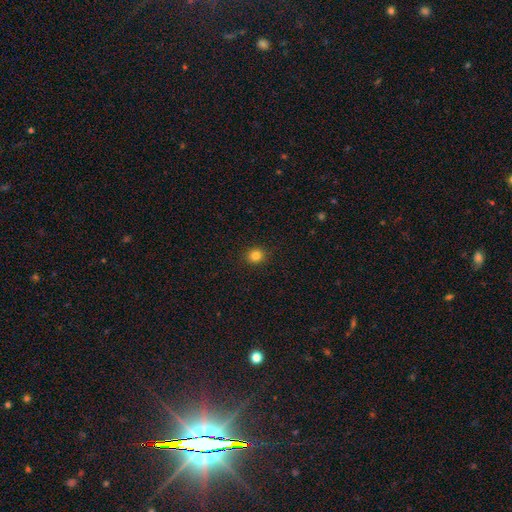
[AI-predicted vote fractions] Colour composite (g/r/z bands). It shows a smooth galaxy with no disk features (83%) that is round (81%). Merging: none (91%).